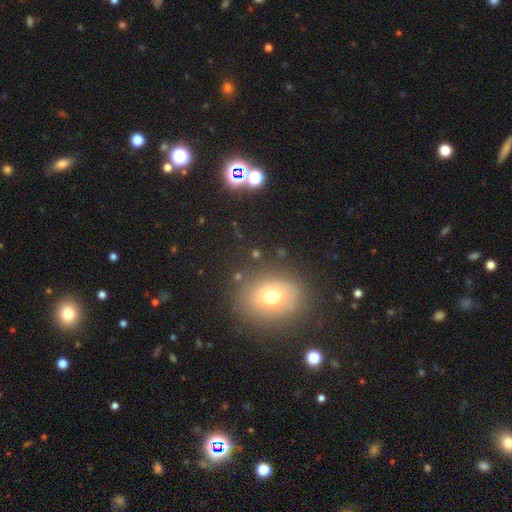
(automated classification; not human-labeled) The model was most divided on "how rounded": round: 50%, in between: 48%, cigar-shaped: 2%. More confident: merging — none (80%); smooth or featured — smooth (57%).